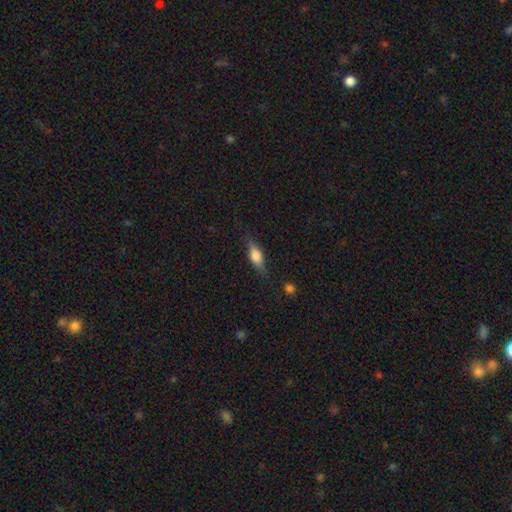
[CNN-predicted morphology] type=smooth (68%); roundness=in between (67%); merging=none (74%).